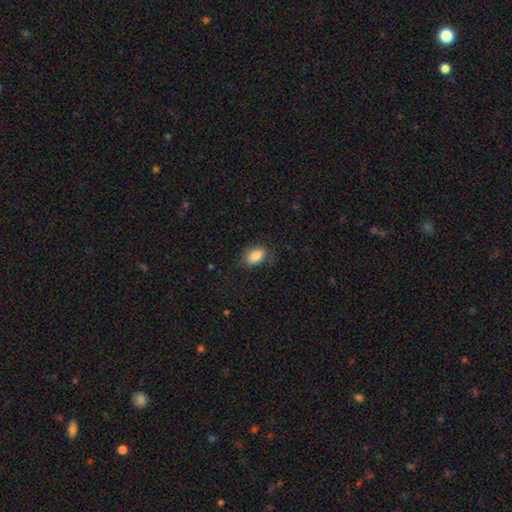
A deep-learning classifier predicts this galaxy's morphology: A smooth galaxy with no disk features (85%) that is in between round and cigar-shaped (89%). Merging: none (76%).